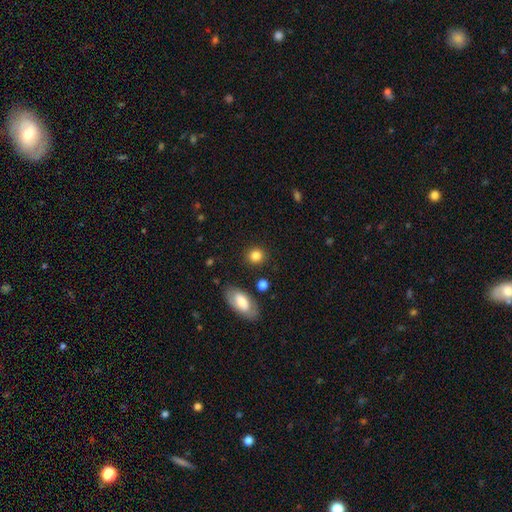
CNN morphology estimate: Smooth or featured: smooth — 84% (star or artifact — 10%)
How rounded: round — 81% (in between — 18%)
Merging: none — 86% (minor disturbance — 8%)